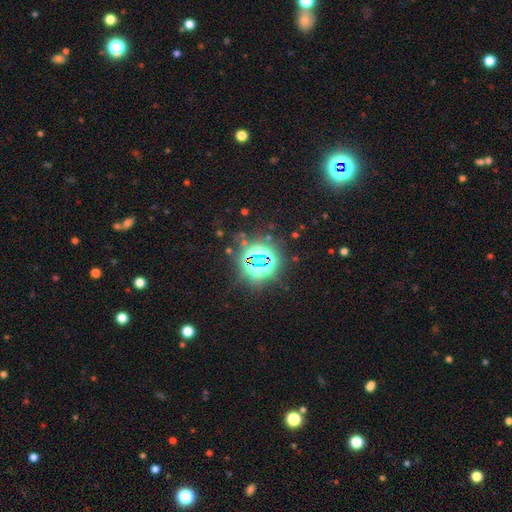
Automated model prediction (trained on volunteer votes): Smooth or featured?
  - star or artifact: 82% *
  - smooth: 11%
  - featured or disk: 8%